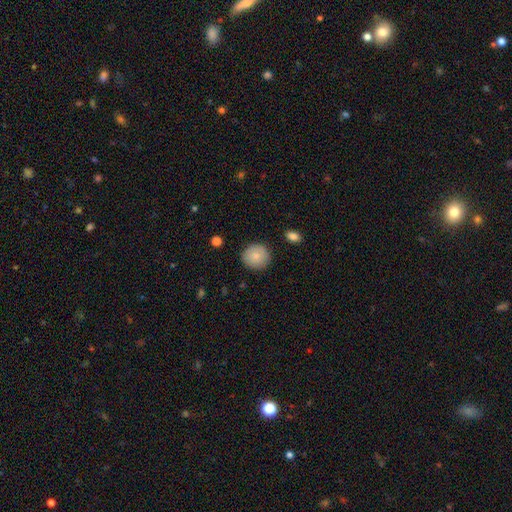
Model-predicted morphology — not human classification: smooth 84%, featured or disk 9%, star or artifact 7%. Down the decision tree: how rounded — round (88%); merging — none (87%).